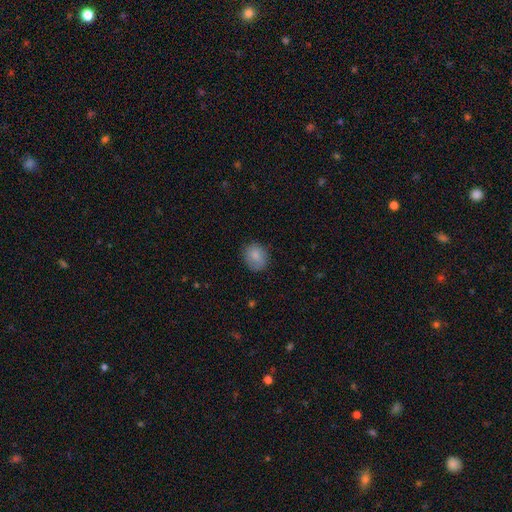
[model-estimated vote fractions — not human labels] A smooth galaxy with no disk features (84%) that is round (67%).

Vote fractions:
- Smooth or featured? smooth: 84% / featured or disk: 8% / star or artifact: 8%
- How rounded? round: 67% / in between: 33% / cigar-shaped: 1%
- Merging? none: 81% / minor disturbance: 14% / major disturbance: 3% / merger: 1%